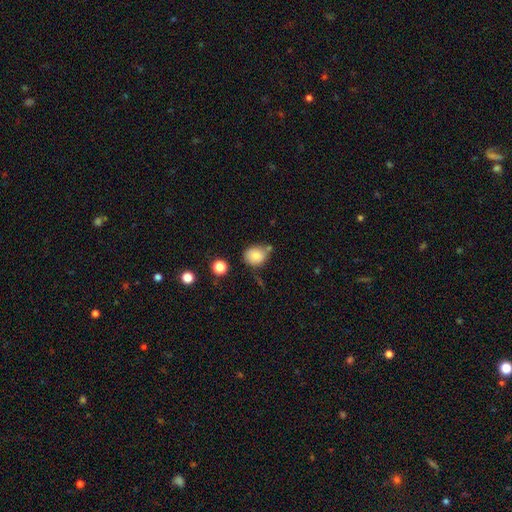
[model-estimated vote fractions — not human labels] Smooth or featured? smooth (83%)
How rounded? round (63%)
Merging? none (58%)